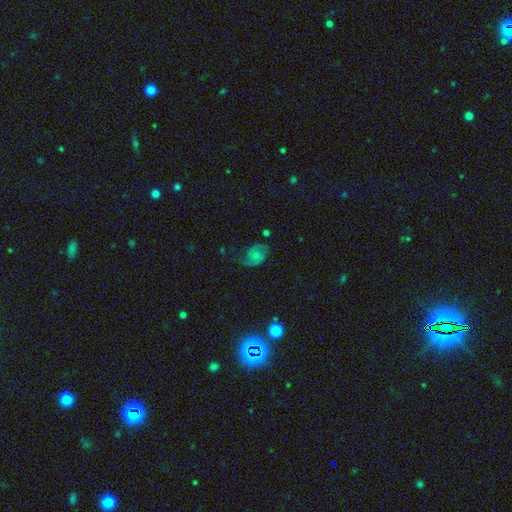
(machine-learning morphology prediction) The model was most divided on "smooth or featured": smooth: 46%, featured or disk: 42%, star or artifact: 12%. More confident: merging — none (56%).